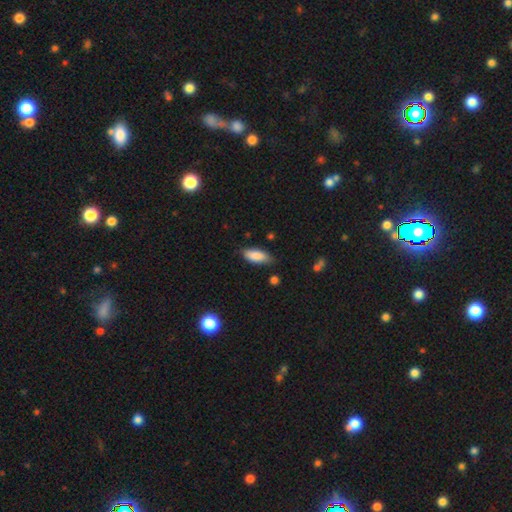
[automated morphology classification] Smooth or featured? Predicted: smooth (p=0.85). How rounded? Predicted: in between (p=0.79). Merging? Predicted: none (p=0.75).